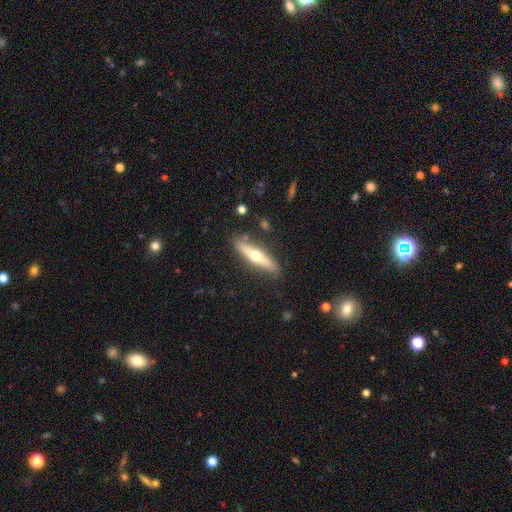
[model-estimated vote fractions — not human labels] Smooth or featured: featured or disk — 51% (smooth — 43%)
Edge-on disk: yes — 90% (no — 10%)
Merging: none — 86% (minor disturbance — 10%)